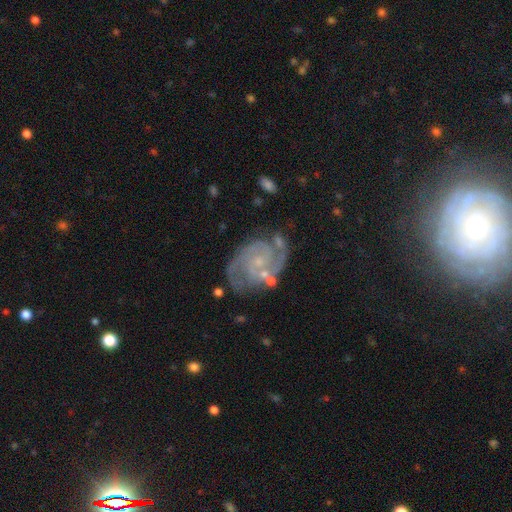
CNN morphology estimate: The model was most divided on "spiral winding": tight: 54%, medium: 39%, loose: 7%. More confident: edge-on disk — no (98%); spiral arms — yes (97%); smooth or featured — featured or disk (89%); bulge size — small (72%); spiral arm count — 2 (69%); bar — no (66%); merging — none (66%).